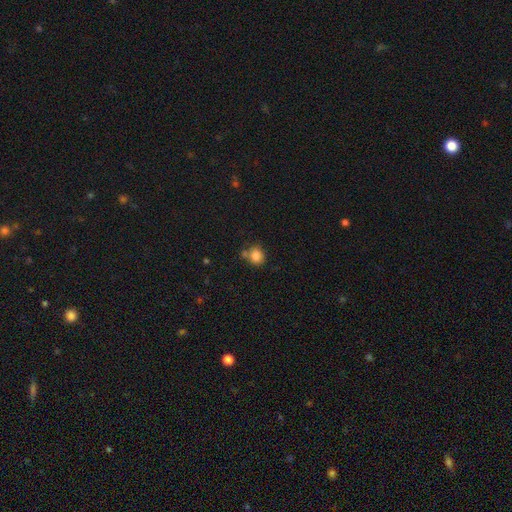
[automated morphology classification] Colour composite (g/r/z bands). It shows a smooth galaxy with no disk features (83%) that is round (77%). Merging: none (67%).